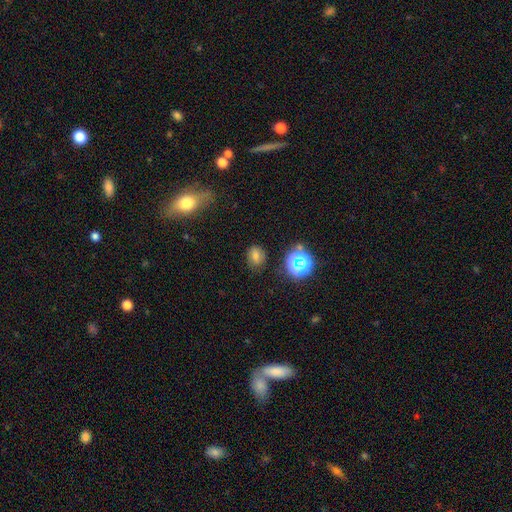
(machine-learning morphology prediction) This is likely a smooth galaxy (66%). How rounded: possibly in between (60%). Merging: clearly none (81%).